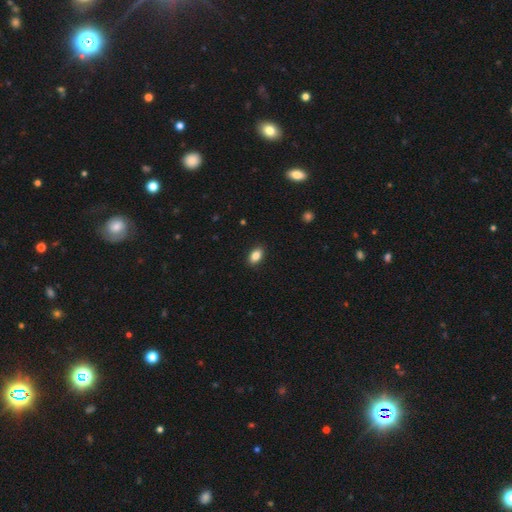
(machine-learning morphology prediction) smooth_or_featured: smooth (p=0.86) [alt: star or artifact p=0.08]
how_rounded: in between (p=0.88) [alt: round p=0.09]
merging: none (p=0.90) [alt: minor disturbance p=0.08]